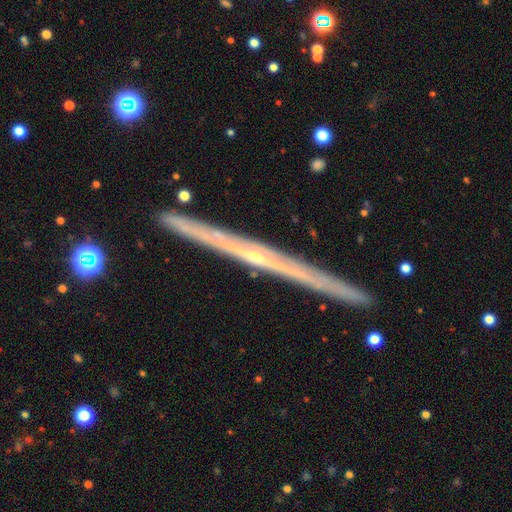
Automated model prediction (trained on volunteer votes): The model was most divided on "edge-on bulge": none: 49%, rounded: 46%, boxy: 5%. More confident: edge-on disk — yes (98%); merging — none (90%); smooth or featured — featured or disk (82%).